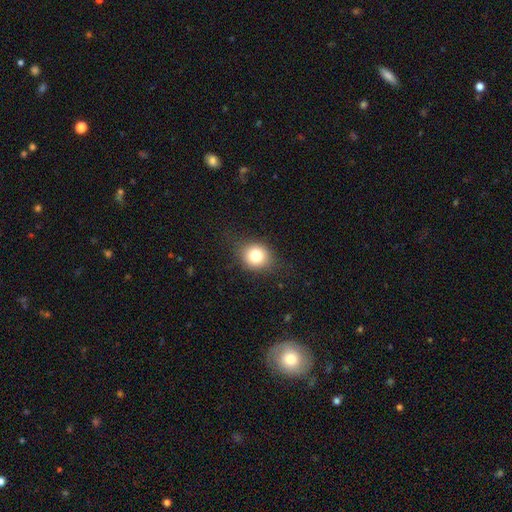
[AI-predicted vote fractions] smooth-or-featured: smooth: 77% | star or artifact: 11% | featured or disk: 11%
  how-rounded: round: 74% | in between: 25% | cigar-shaped: 1%
  merging: none: 80% | minor disturbance: 14% | major disturbance: 5% | merger: 1%